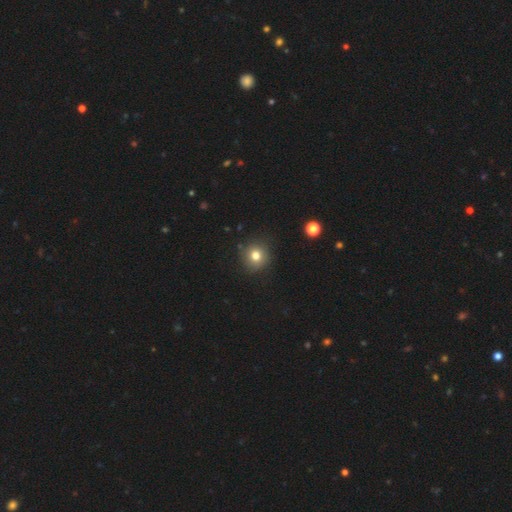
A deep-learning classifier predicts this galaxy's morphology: The model was most divided on "smooth or featured": smooth: 78%, star or artifact: 13%, featured or disk: 9%. More confident: how rounded — round (91%); merging — none (86%).